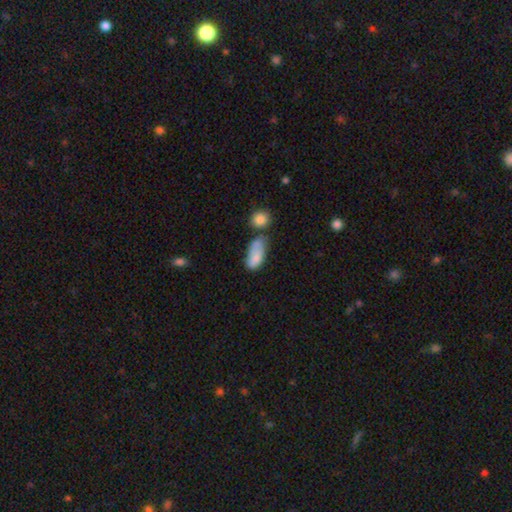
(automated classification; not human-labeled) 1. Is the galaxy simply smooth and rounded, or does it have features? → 79% smooth, 13% featured or disk, 8% star or artifact.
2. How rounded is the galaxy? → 87% in between, 8% cigar-shaped, 4% round.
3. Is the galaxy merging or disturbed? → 33% none, 28% merger, 26% minor disturbance, 13% major disturbance.